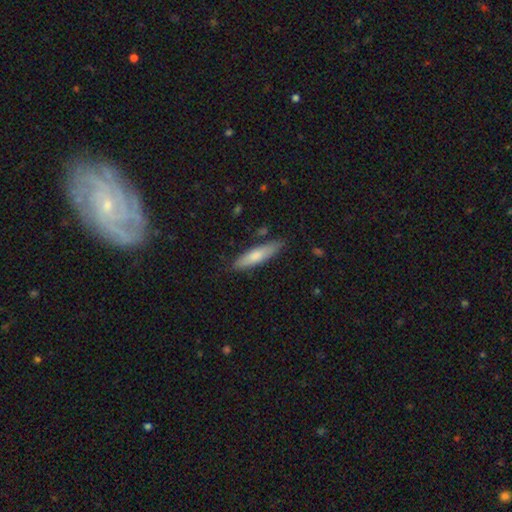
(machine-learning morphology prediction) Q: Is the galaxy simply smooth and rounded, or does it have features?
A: smooth — 72%.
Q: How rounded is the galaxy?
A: cigar-shaped — 78%.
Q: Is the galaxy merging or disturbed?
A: none — 83%.